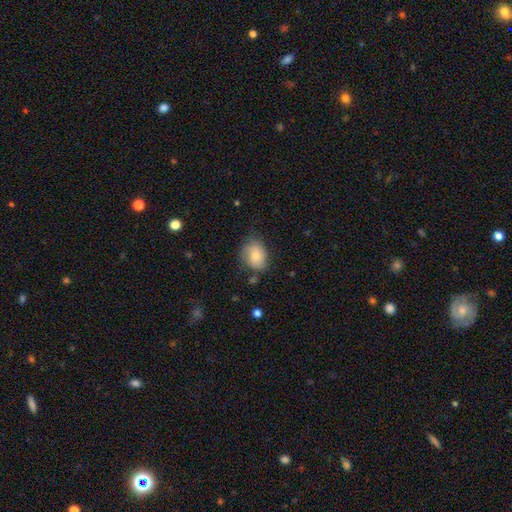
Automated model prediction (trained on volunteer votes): Morphology: type=smooth (70%); roundness=in between (52%); merging=none (58%).